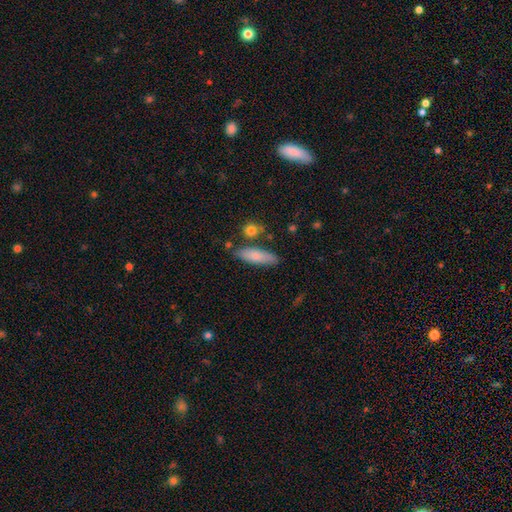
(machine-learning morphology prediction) This is likely a smooth galaxy (79%). How rounded: possibly cigar-shaped (52%). Merging: likely none (77%).